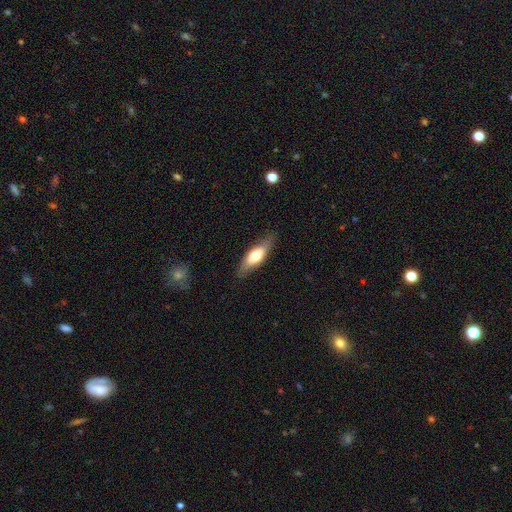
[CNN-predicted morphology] smooth 60%, featured or disk 34%, star or artifact 6%. Down the decision tree: how rounded — in between (59%); merging — none (81%).